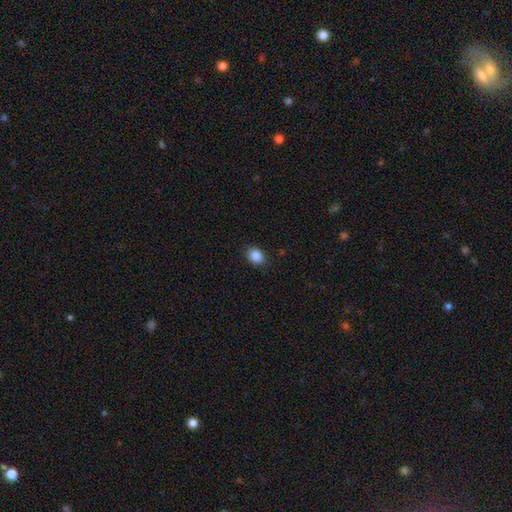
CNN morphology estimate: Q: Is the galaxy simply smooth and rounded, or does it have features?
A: smooth — 88%.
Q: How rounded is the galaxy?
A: in between — 63%.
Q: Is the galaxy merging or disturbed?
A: none — 86%.